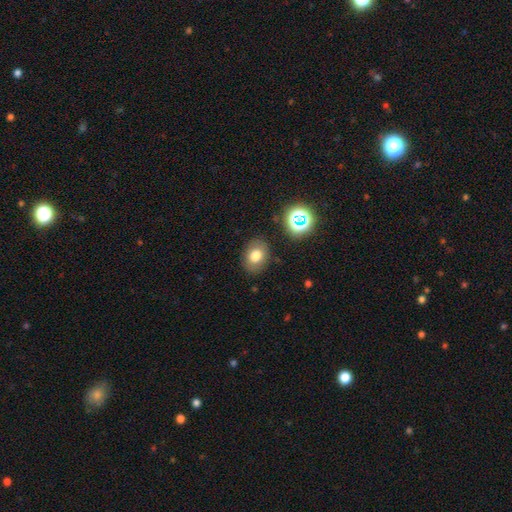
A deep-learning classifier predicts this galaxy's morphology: This is likely a smooth galaxy (76%). How rounded: likely in between (63%). Merging: clearly none (84%).